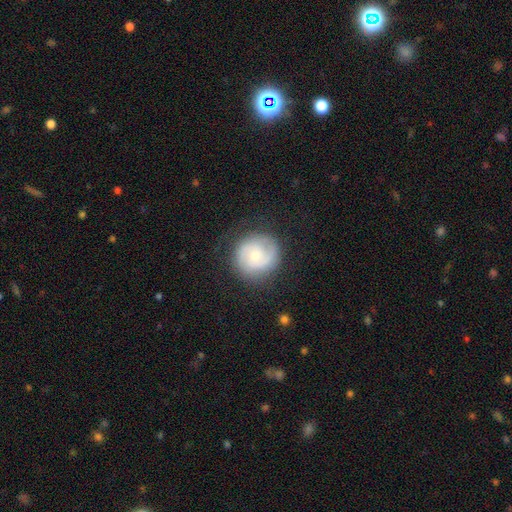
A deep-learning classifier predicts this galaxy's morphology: Smooth or featured? featured or disk (64%)
Edge-on disk? no (98%)
Bar? no (68%)
Spiral arms? yes (88%)
Spiral winding? tight (47%)
Spiral arm count? 2 (65%)
Bulge size? moderate (48%)
Merging? none (77%)